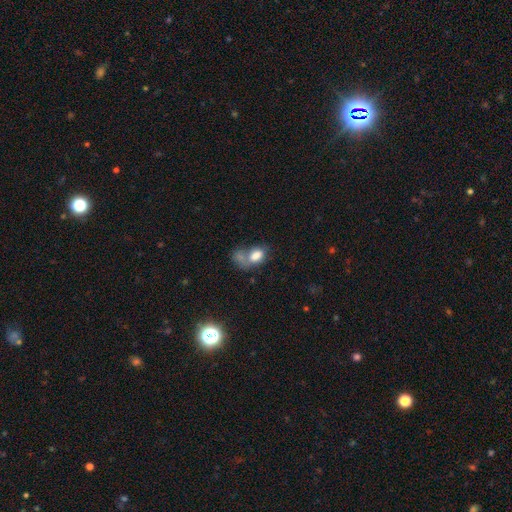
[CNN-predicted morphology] type=smooth (77%); roundness=in between (83%); merging=merger (51%).